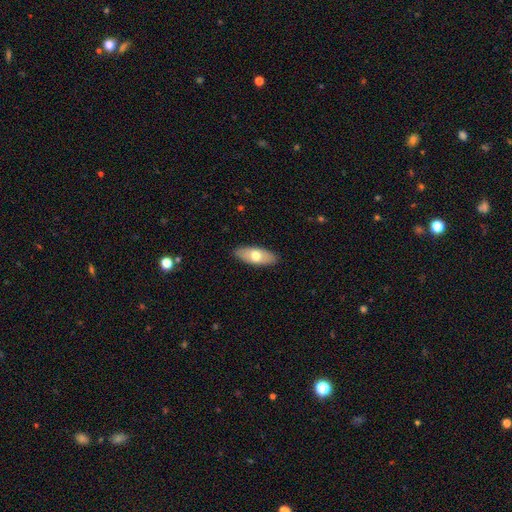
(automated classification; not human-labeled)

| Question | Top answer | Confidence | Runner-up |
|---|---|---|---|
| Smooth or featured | smooth | 65% | featured or disk (30%) |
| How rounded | in between | 83% | cigar-shaped (14%) |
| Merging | none | 88% | minor disturbance (9%) |